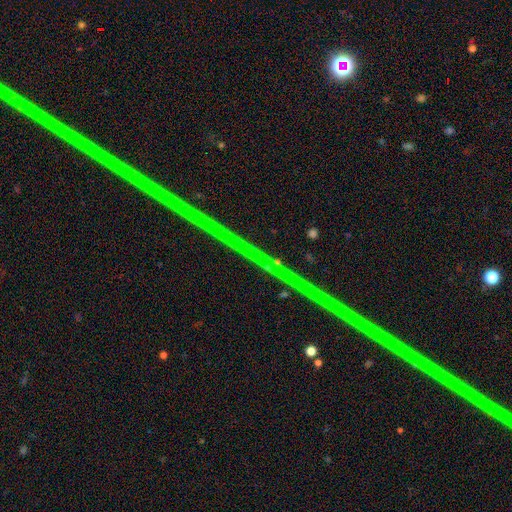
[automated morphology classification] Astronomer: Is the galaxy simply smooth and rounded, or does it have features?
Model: star or artifact — 88%.